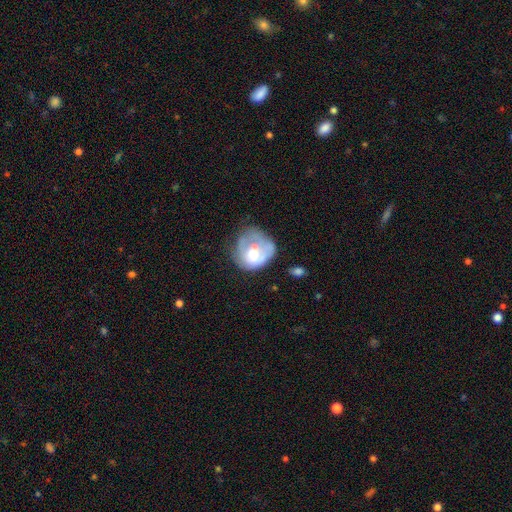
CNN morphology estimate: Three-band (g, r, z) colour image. It shows a smooth galaxy with no disk features (47%). Merging: none (38%).